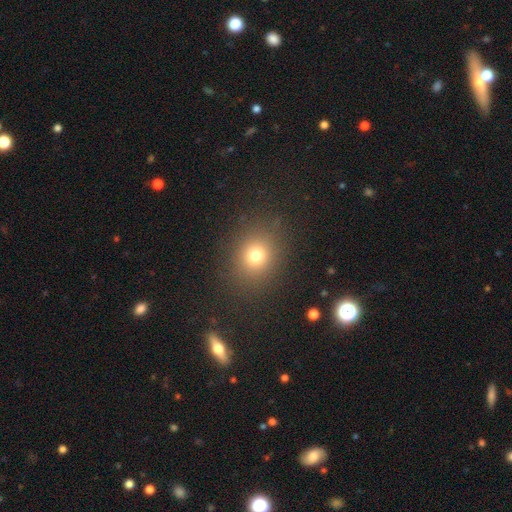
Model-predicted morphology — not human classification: Overall: smooth (75%). How rounded: round (73%). Merging: none (86%).